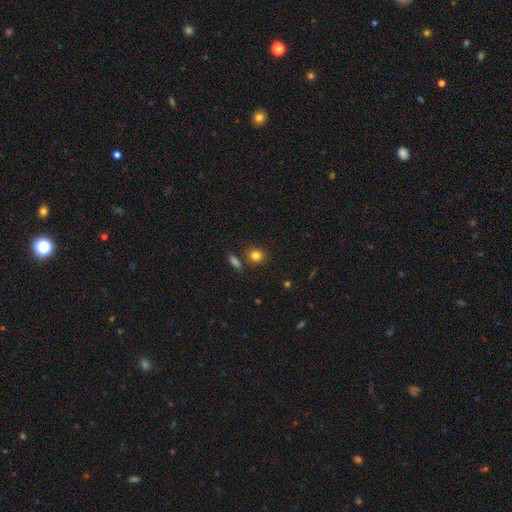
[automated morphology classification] Overall: smooth (83%). How rounded: round (76%). Merging: none (77%).